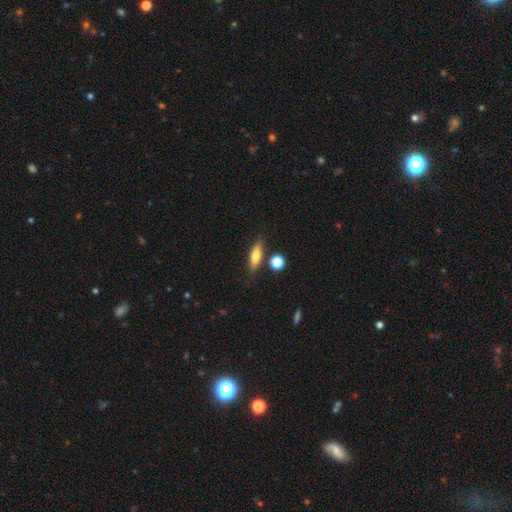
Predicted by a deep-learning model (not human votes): smooth 72%, featured or disk 20%, star or artifact 8%. Down the decision tree: how rounded — cigar-shaped (52%); merging — none (79%).